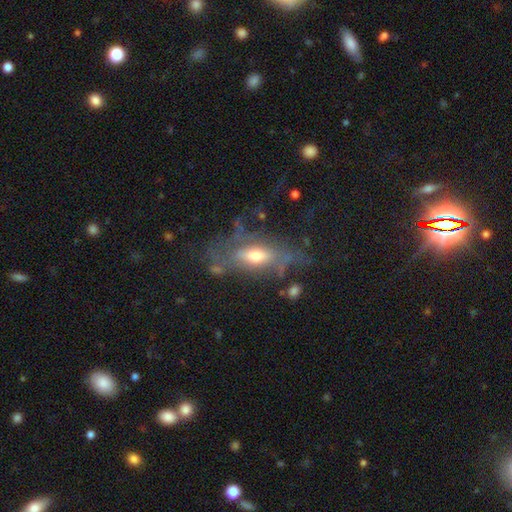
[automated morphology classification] A featured or disk galaxy (51%). Merging: none (43%).